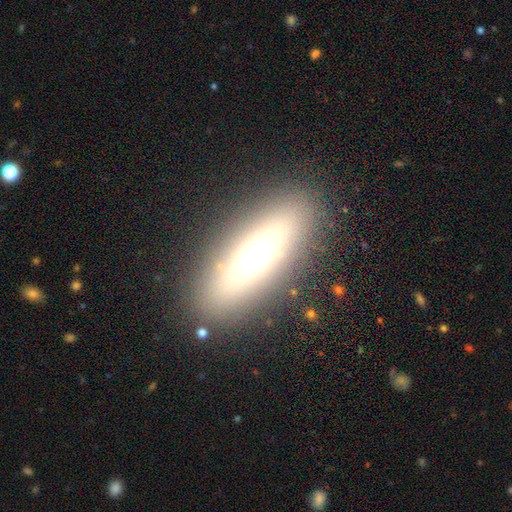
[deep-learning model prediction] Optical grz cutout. It shows a smooth galaxy with no disk features (54%) that is in between round and cigar-shaped (59%). Merging: none (86%).